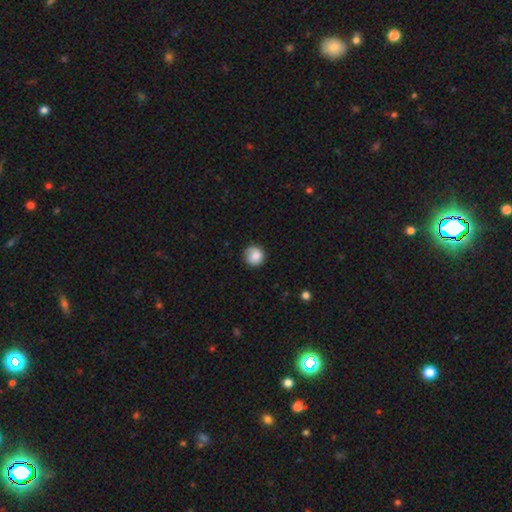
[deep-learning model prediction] Smooth or featured? smooth (81%)
How rounded? round (91%)
Merging? none (80%)